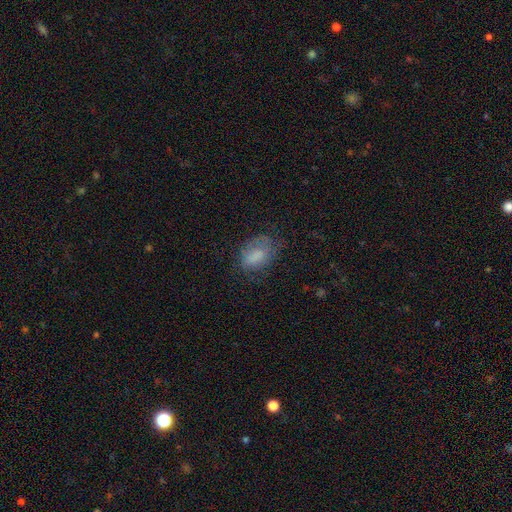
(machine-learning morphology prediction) type=smooth (69%); roundness=in between (84%); merging=none (53%).